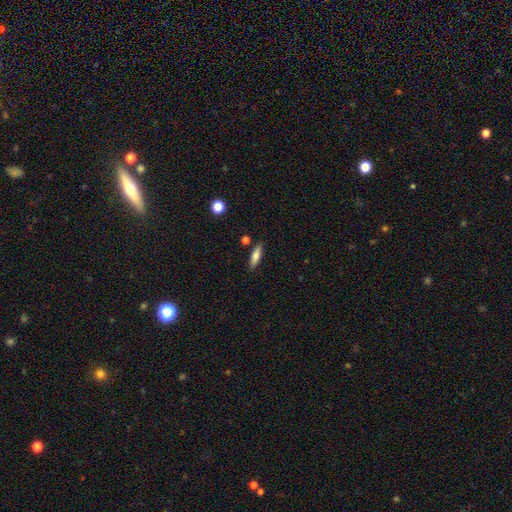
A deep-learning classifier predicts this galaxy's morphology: This is likely a smooth galaxy (72%). How rounded: possibly cigar-shaped (60%). Merging: clearly none (86%).